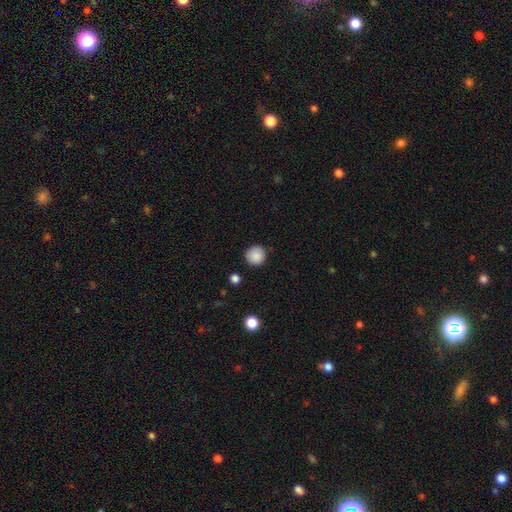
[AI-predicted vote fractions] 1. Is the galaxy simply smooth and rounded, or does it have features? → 88% smooth, 9% star or artifact, 3% featured or disk.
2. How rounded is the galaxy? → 94% round, 5% in between, 1% cigar-shaped.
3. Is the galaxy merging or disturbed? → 88% none, 8% minor disturbance, 2% major disturbance, 2% merger.